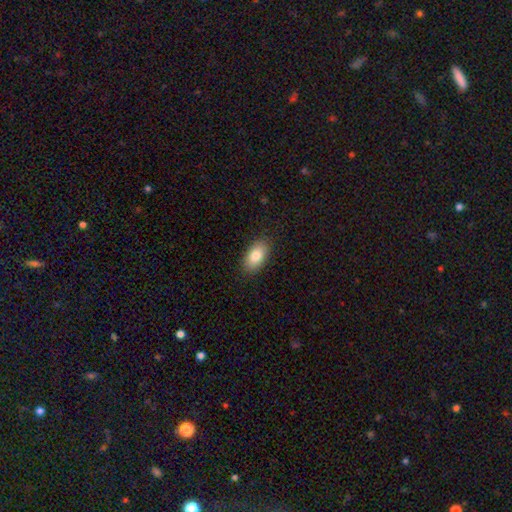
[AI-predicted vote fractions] A smooth galaxy with no disk features (84%) that is in between round and cigar-shaped (93%).

Vote fractions:
- Smooth or featured? smooth: 84% / featured or disk: 9% / star or artifact: 7%
- How rounded? in between: 93% / round: 5% / cigar-shaped: 3%
- Merging? none: 88% / minor disturbance: 9% / major disturbance: 2% / merger: 1%